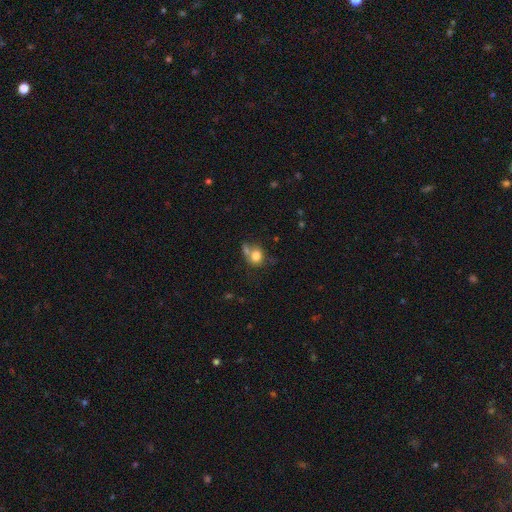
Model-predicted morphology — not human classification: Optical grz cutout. It shows a smooth galaxy with no disk features (78%) that is round (63%). Merging: none (40%).